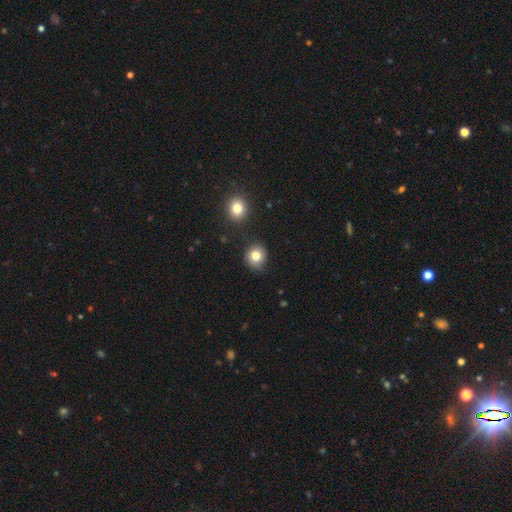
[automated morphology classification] smooth 82%, star or artifact 11%, featured or disk 7%. Down the decision tree: how rounded — round (84%); merging — none (81%).